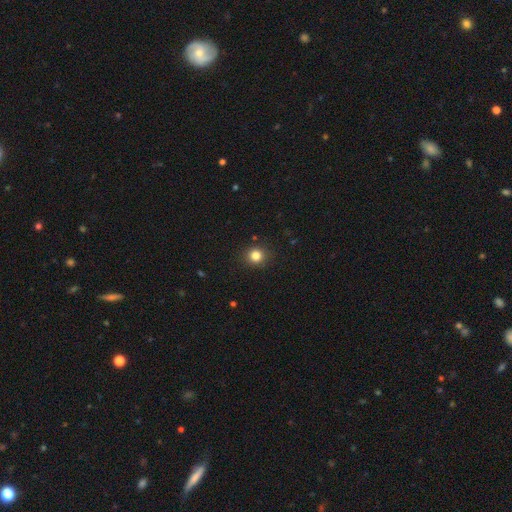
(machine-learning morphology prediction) The model was most divided on "smooth or featured": smooth: 82%, star or artifact: 13%, featured or disk: 5%. More confident: merging — none (90%); how rounded — round (90%).